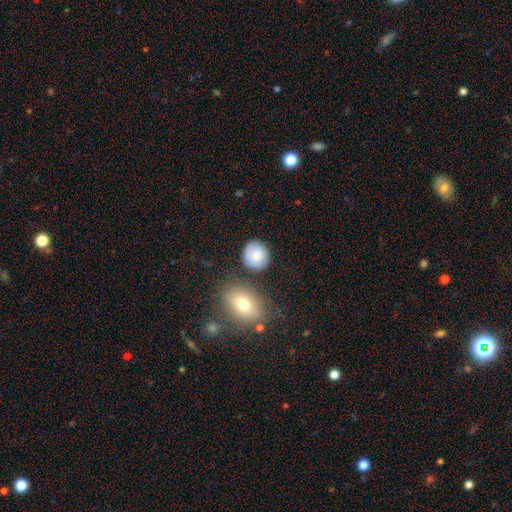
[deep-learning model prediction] smooth 82%, featured or disk 11%, star or artifact 7%. Down the decision tree: how rounded — round (86%); merging — none (77%).